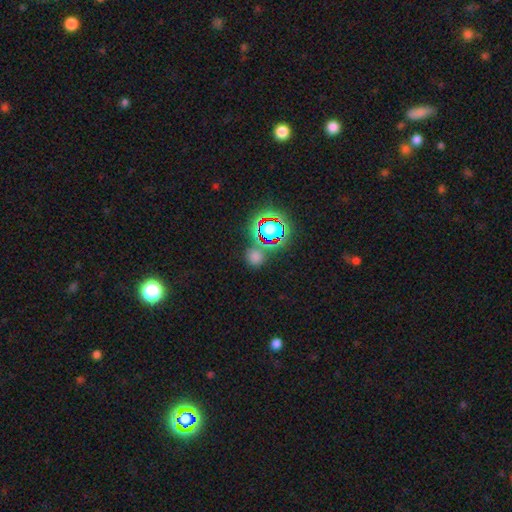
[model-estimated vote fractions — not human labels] smooth_or_featured: smooth (p=0.58) [alt: star or artifact p=0.35]
how_rounded: round (p=0.88) [alt: in between p=0.10]
merging: none (p=0.76) [alt: merger p=0.10]